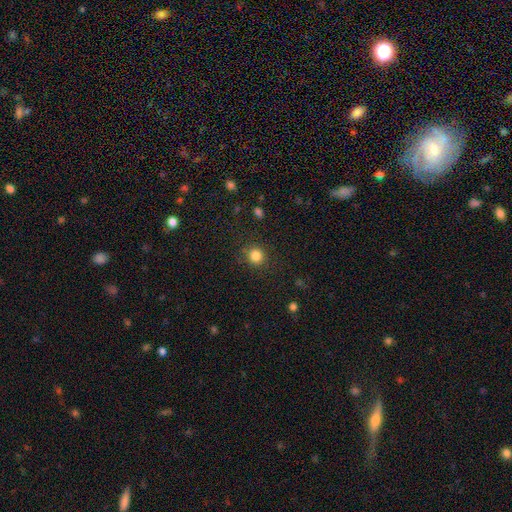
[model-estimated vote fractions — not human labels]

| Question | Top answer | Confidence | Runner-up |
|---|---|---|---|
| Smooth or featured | smooth | 84% | star or artifact (12%) |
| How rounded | round | 90% | in between (9%) |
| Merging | none | 87% | minor disturbance (8%) |